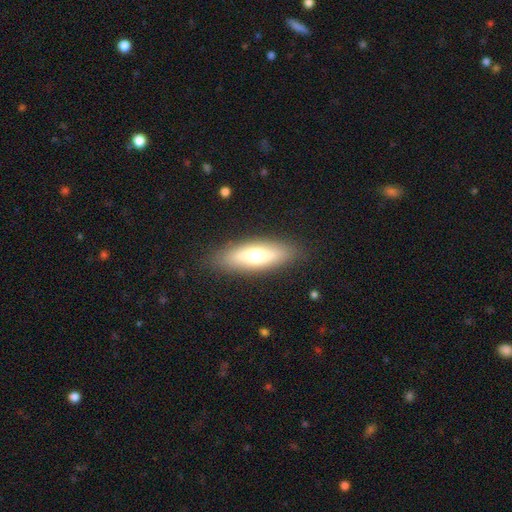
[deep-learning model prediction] smooth_or_featured: smooth (p=0.61) [alt: featured or disk p=0.33]
how_rounded: in between (p=0.55) [alt: cigar-shaped p=0.42]
merging: none (p=0.87) [alt: minor disturbance p=0.09]